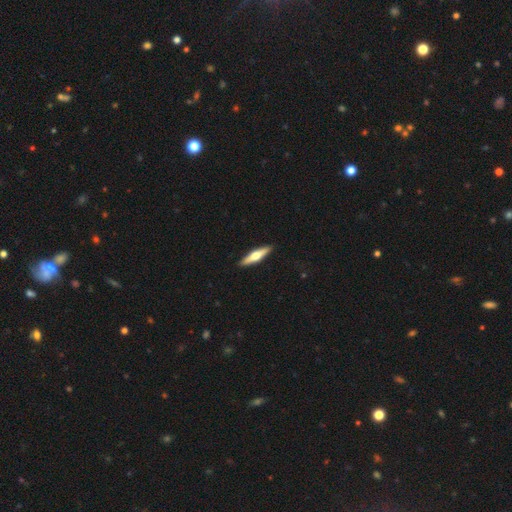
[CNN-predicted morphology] A featured or disk galaxy (56%) viewed edge-on (95%) with a rounded central bulge (94%).

Vote fractions:
- Smooth or featured? featured or disk: 56% / smooth: 39% / star or artifact: 5%
- Edge-on disk? yes: 95% / no: 5%
- Edge-on bulge? rounded: 94% / boxy: 3% / none: 3%
- Merging? none: 91% / minor disturbance: 6% / major disturbance: 1% / merger: 1%